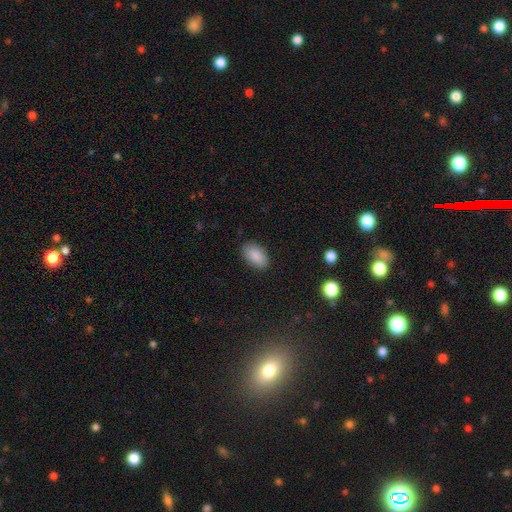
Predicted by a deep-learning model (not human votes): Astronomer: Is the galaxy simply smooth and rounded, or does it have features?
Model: smooth — 88%.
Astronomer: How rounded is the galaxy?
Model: in between — 94%.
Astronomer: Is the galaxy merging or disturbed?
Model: none — 87%.